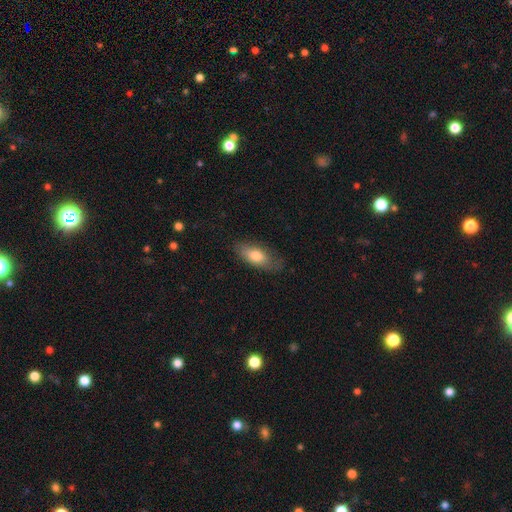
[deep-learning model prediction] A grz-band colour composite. It shows a smooth galaxy with no disk features (75%) that is in between round and cigar-shaped (81%). Merging: none (72%).